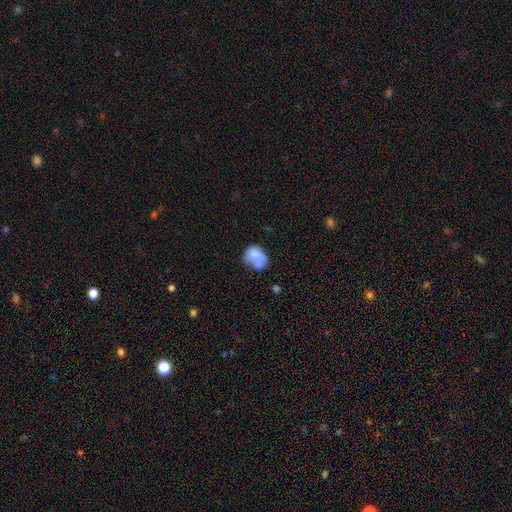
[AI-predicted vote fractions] smooth-or-featured: smooth: 68% | featured or disk: 23% | star or artifact: 9%
  how-rounded: round: 56% | in between: 43% | cigar-shaped: 1%
  merging: none: 32% | merger: 27% | minor disturbance: 22% | major disturbance: 19%